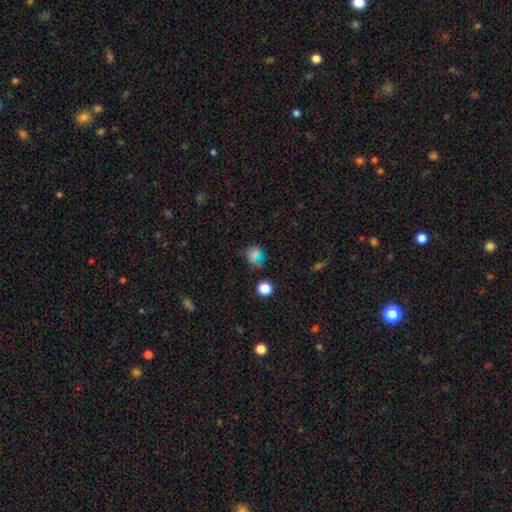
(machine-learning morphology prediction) Smooth or featured?
  - smooth: 58% *
  - star or artifact: 32%
  - featured or disk: 10%
How rounded?
  - round: 76% *
  - in between: 22%
  - cigar-shaped: 2%
Merging?
  - none: 70% *
  - minor disturbance: 17%
  - major disturbance: 9%
  - merger: 4%